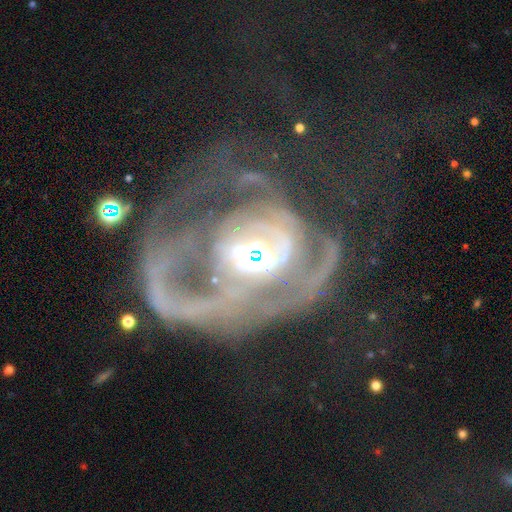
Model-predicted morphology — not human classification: Smooth or featured?
  - featured or disk: 82% *
  - smooth: 9%
  - star or artifact: 9%
Edge-on disk?
  - no: 97% *
  - yes: 3%
Bar?
  - no: 65% *
  - weak: 25%
  - strong: 10%
Spiral arms?
  - yes: 74% *
  - no: 26%
Spiral winding?
  - tight: 37% * (tied)
  - medium: 37% * (tied)
  - loose: 26%
Spiral arm count?
  - can't tell: 31% *
  - 1: 28%
  - 2: 26%
  - 3: 7%
  - 4: 4%
  - more than 4: 4%
Bulge size?
  - moderate: 53% *
  - large: 22%
  - small: 18%
  - dominant: 3%
  - none: 3%
Merging?
  - major disturbance: 64% *
  - none: 19%
  - minor disturbance: 11%
  - merger: 7%